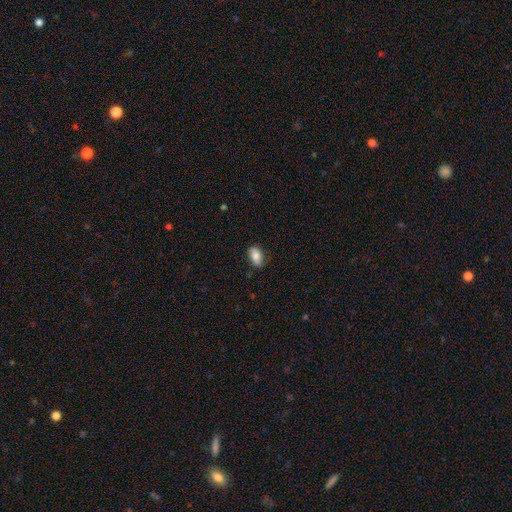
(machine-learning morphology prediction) Smooth or featured? Predicted: smooth (p=0.76). How rounded? Predicted: in between (p=0.90). Merging? Predicted: none (p=0.70).